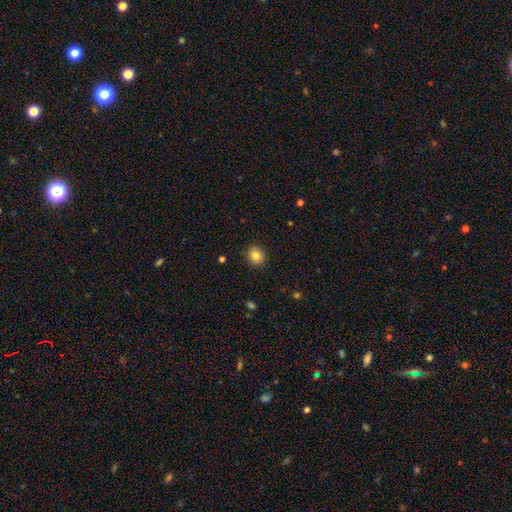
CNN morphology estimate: smooth 84%, star or artifact 10%, featured or disk 6%. Down the decision tree: how rounded — round (77%); merging — none (90%).